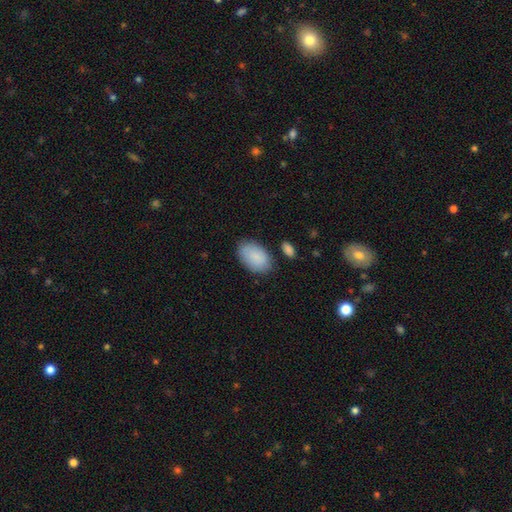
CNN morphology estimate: This is clearly a smooth galaxy (88%). How rounded: clearly in between (93%). Merging: likely none (79%).